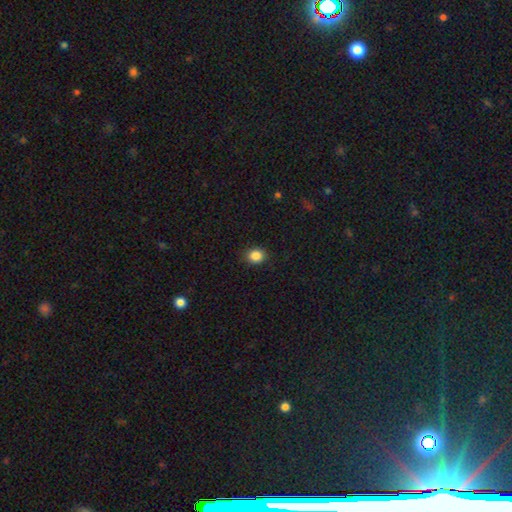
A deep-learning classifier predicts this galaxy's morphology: type=smooth (86%); roundness=round (71%); merging=none (89%).